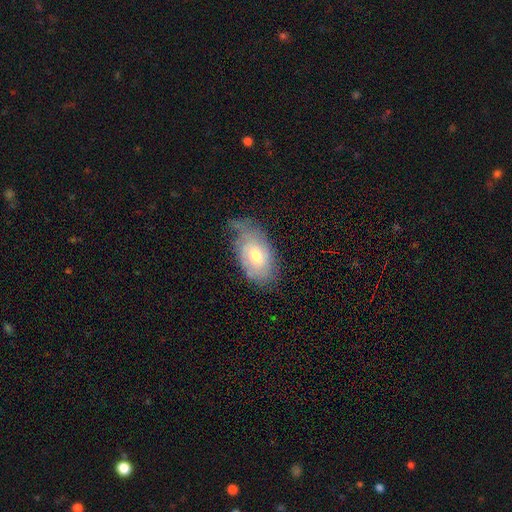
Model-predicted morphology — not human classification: This appears to be a smooth galaxy with no disk features (47%). Merging: none (50%).